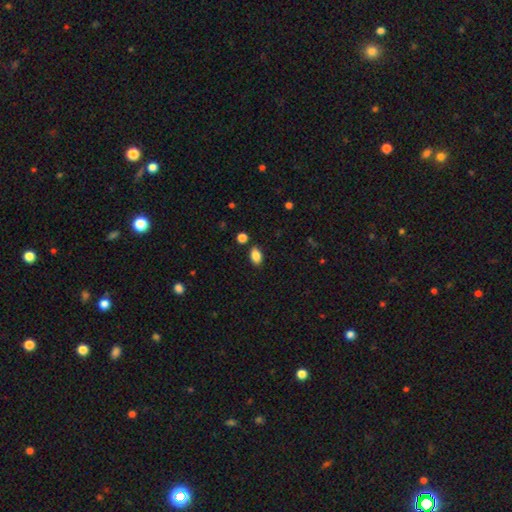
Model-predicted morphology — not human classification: The model was most divided on "merging": none: 84%, minor disturbance: 9%, merger: 4%, major disturbance: 2%. More confident: how rounded — in between (88%); smooth or featured — smooth (86%).